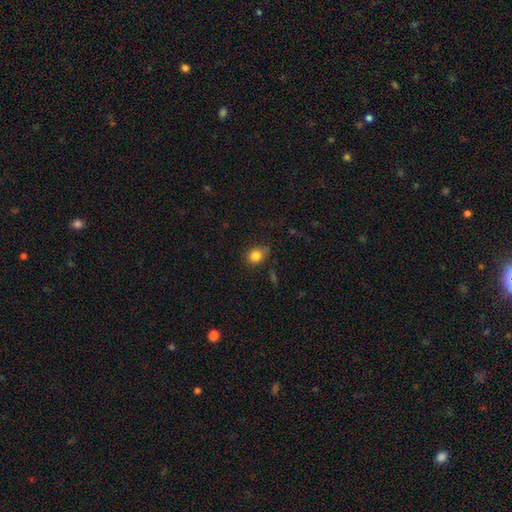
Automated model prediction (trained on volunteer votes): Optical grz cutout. It shows a smooth galaxy with no disk features (82%) that is round (73%). Merging: none (68%).